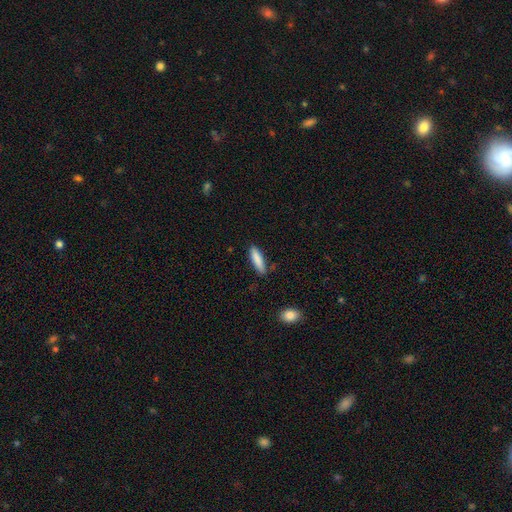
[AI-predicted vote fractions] Smooth or featured? Predicted: smooth (p=0.86). How rounded? Predicted: cigar-shaped (p=0.75). Merging? Predicted: none (p=0.82).